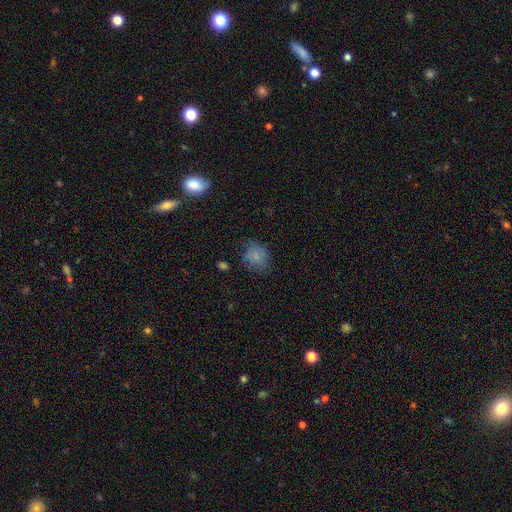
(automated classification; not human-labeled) This appears to be a smooth galaxy with no disk features (78%) that is round (63%). Merging: none (65%).